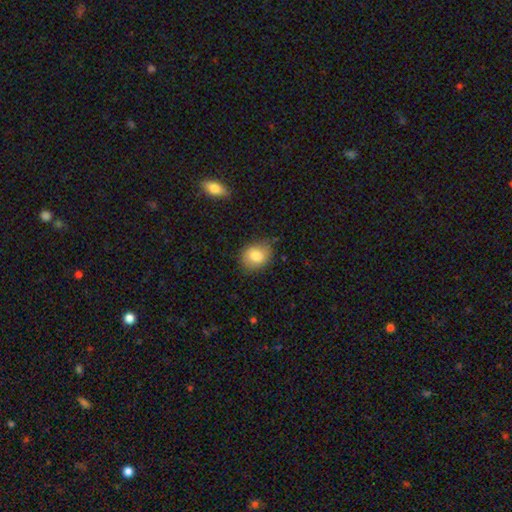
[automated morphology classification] Smooth or featured? smooth (83%)
How rounded? in between (54%)
Merging? none (73%)